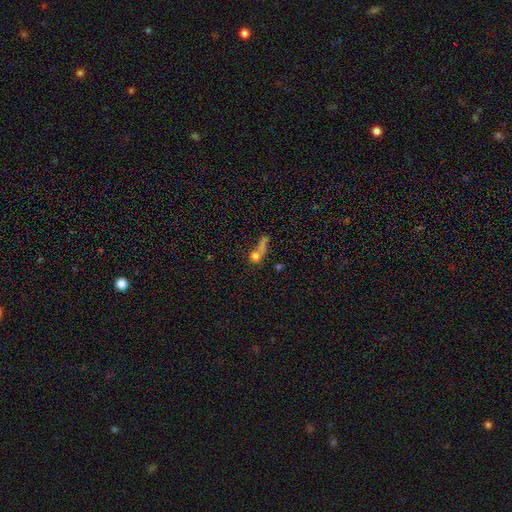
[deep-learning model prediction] Smooth or featured? smooth (48%)
Merging? none (41%)